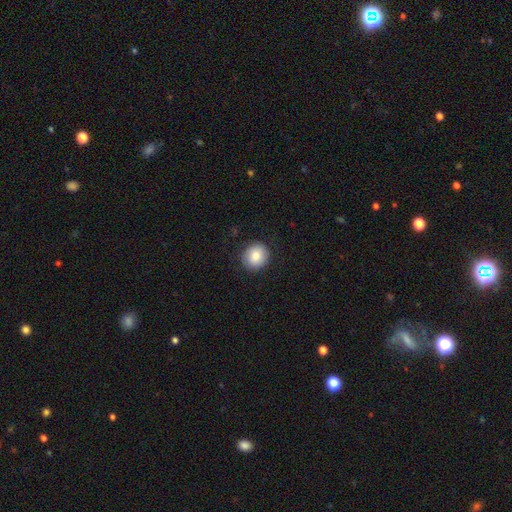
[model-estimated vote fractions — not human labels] This is clearly a smooth galaxy (83%). How rounded: clearly round (86%). Merging: clearly none (87%).